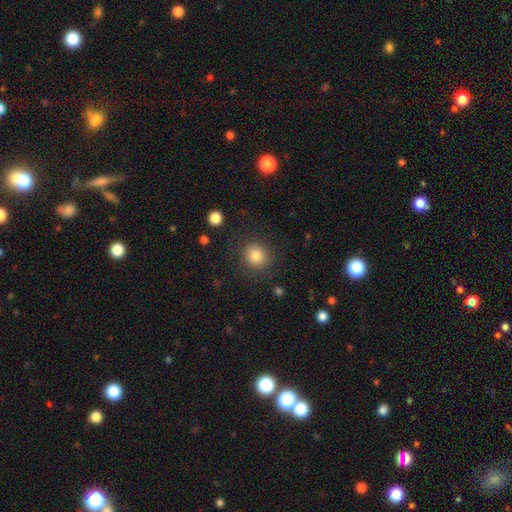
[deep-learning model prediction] smooth 83%, star or artifact 11%, featured or disk 6%. Down the decision tree: how rounded — round (87%); merging — none (86%).